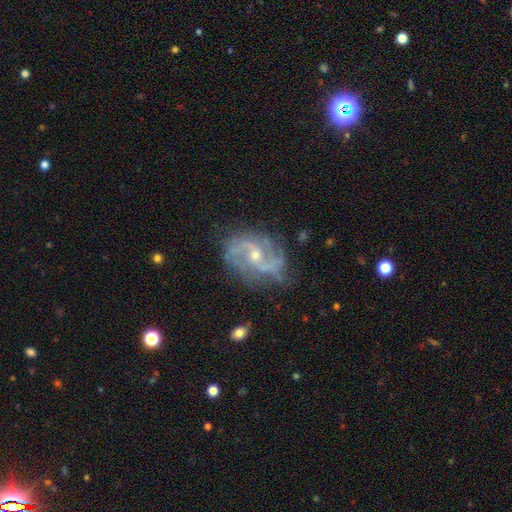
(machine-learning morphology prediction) smooth_or_featured: featured or disk (p=0.88) [alt: star or artifact p=0.06]
disk_edge_on: no (p=0.97) [alt: yes p=0.03]
bar: no (p=0.46) [alt: weak p=0.41]
has_spiral_arms: yes (p=0.96) [alt: no p=0.04]
spiral_winding: medium (p=0.50) [alt: loose p=0.28]
spiral_arm_count: 2 (p=0.79) [alt: can't tell p=0.07]
bulge_size: small (p=0.56) [alt: moderate p=0.41]
merging: none (p=0.72) [alt: minor disturbance p=0.19]